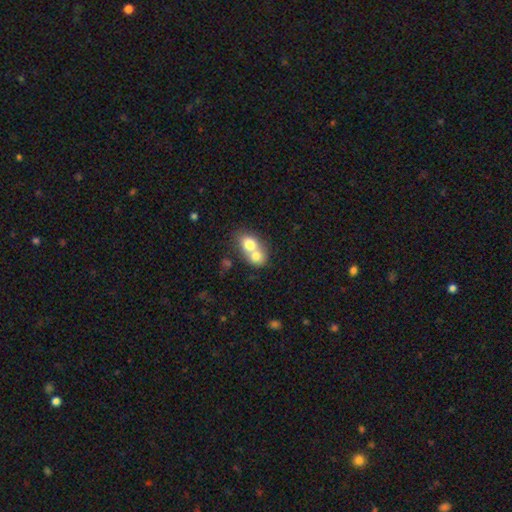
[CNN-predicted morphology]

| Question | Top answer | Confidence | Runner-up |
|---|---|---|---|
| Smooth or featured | smooth | 70% | featured or disk (21%) |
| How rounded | round | 55% | in between (44%) |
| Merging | merger | 74% | none (19%) |